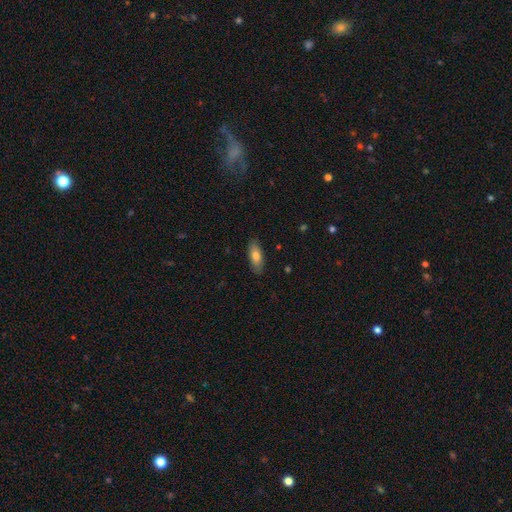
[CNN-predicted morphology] Smooth or featured? smooth (78%)
How rounded? in between (74%)
Merging? none (86%)